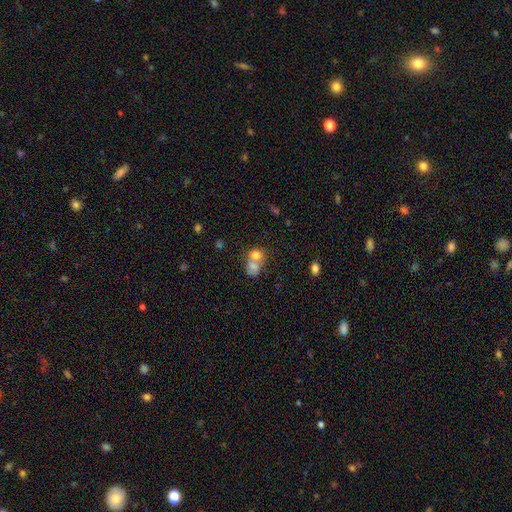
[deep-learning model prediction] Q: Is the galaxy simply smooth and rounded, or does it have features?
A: smooth — 73%.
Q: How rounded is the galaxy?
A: round — 58%.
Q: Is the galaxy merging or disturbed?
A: merger — 65%.